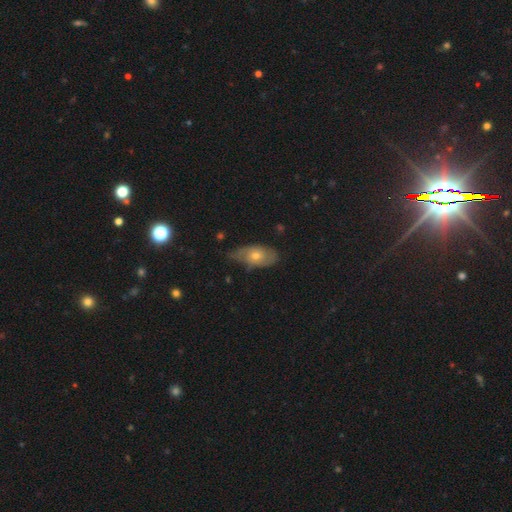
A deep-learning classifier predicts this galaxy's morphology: Overall: smooth (45%, tied with featured or disk). Merging: none (58%; minor disturbance 33%).